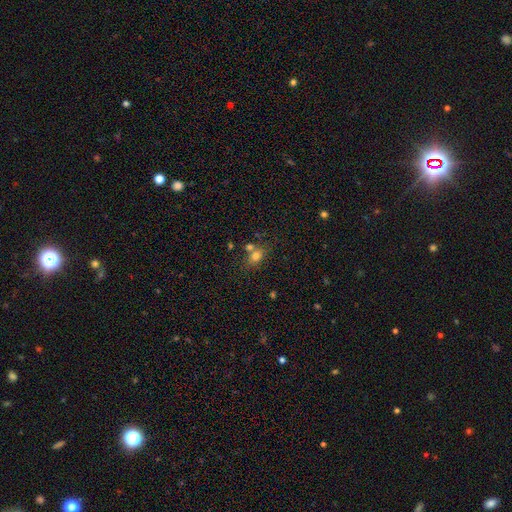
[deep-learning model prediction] Smooth or featured? smooth (76%)
How rounded? in between (62%)
Merging? none (53%)